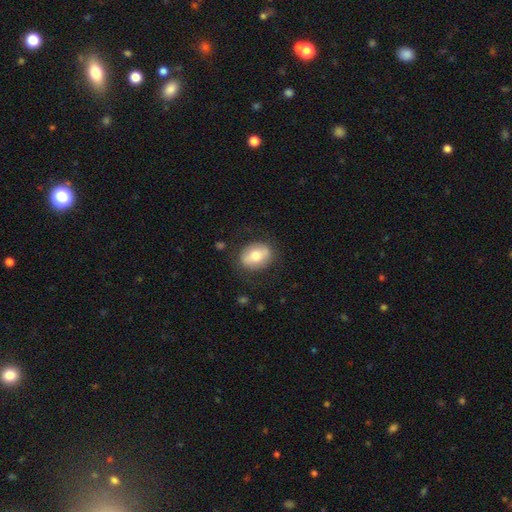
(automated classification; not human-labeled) This appears to be a smooth galaxy with no disk features (63%) that is in between round and cigar-shaped (60%). Merging: none (81%).